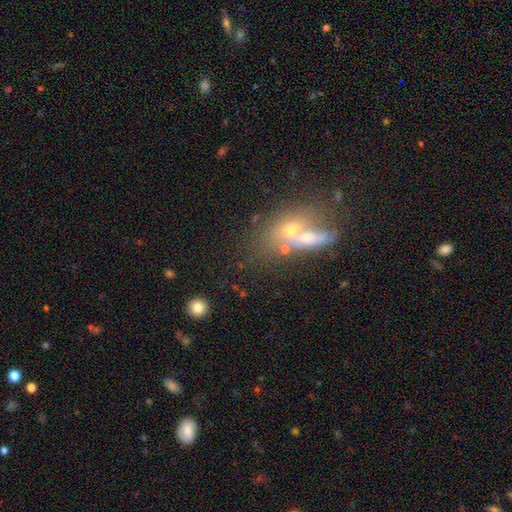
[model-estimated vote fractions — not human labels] The model was most divided on "smooth or featured": smooth: 43%, featured or disk: 37%, star or artifact: 20%. More confident: merging — merger (57%).